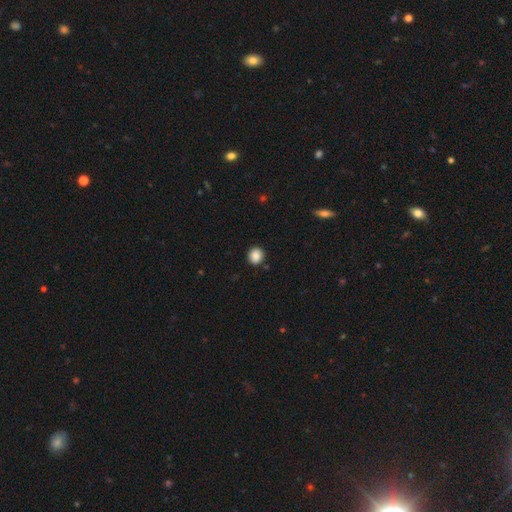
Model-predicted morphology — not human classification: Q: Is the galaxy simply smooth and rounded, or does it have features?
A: smooth — 88%.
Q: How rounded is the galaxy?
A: round — 82%.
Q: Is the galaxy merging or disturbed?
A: none — 89%.